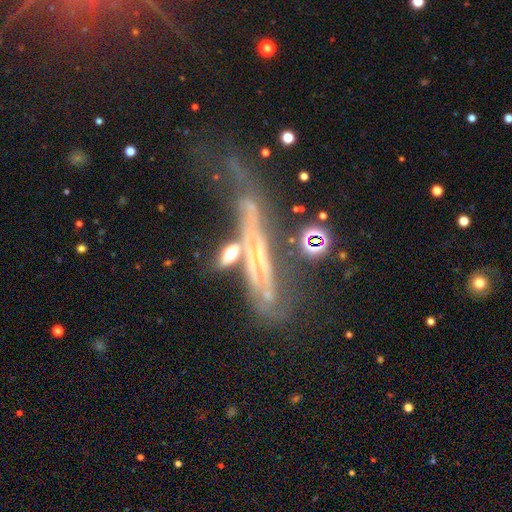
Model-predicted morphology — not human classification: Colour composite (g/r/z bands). It shows a featured or disk galaxy (62%) viewed edge-on (58%). Merging: major disturbance (31%).